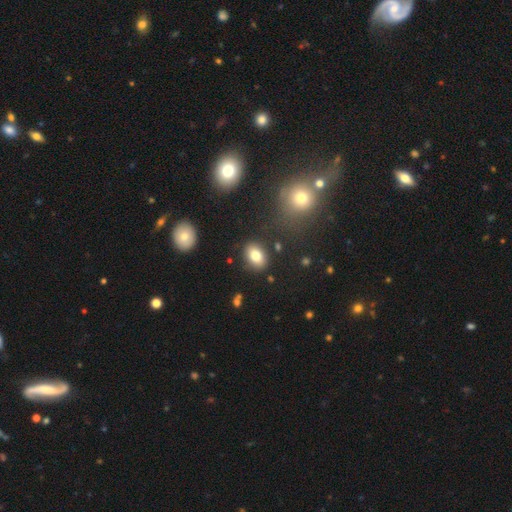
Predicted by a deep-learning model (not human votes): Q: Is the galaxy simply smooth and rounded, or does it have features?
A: smooth — 81%.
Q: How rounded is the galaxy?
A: in between — 78%.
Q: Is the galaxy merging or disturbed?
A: none — 84%.